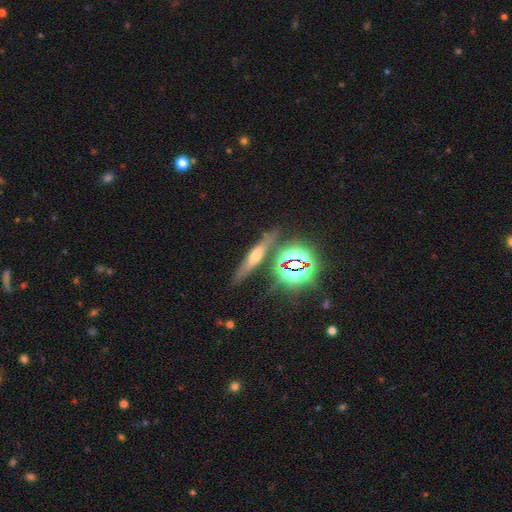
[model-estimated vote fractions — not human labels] Overall: featured or disk (42%; smooth 32%). Merging: none (77%).